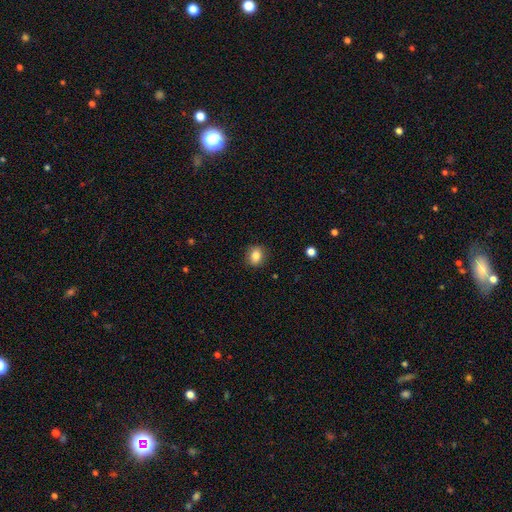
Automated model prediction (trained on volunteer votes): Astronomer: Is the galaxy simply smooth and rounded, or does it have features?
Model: smooth — 85%.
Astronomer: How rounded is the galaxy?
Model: round — 50% (runner-up: in between, 48%).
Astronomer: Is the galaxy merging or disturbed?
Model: none — 88%.